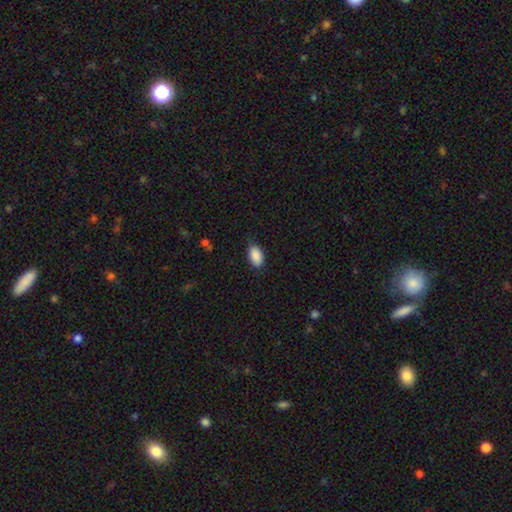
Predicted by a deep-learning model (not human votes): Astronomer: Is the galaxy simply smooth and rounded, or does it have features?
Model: smooth — 90%.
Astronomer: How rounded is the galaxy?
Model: in between — 93%.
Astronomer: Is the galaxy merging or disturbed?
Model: none — 78%.